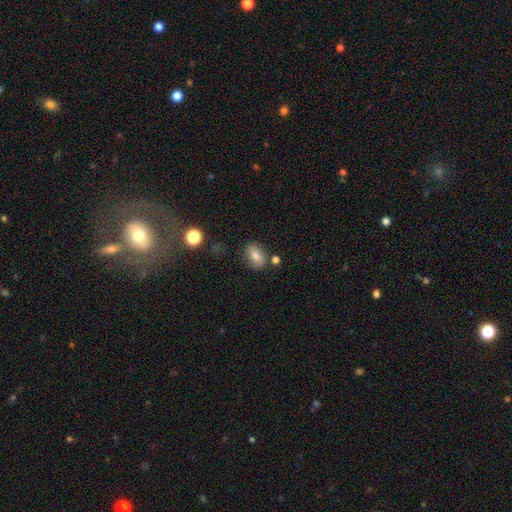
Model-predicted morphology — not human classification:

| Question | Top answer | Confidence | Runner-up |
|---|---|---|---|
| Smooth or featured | smooth | 76% | featured or disk (14%) |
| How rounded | in between | 80% | round (18%) |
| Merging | none | 78% | minor disturbance (12%) |